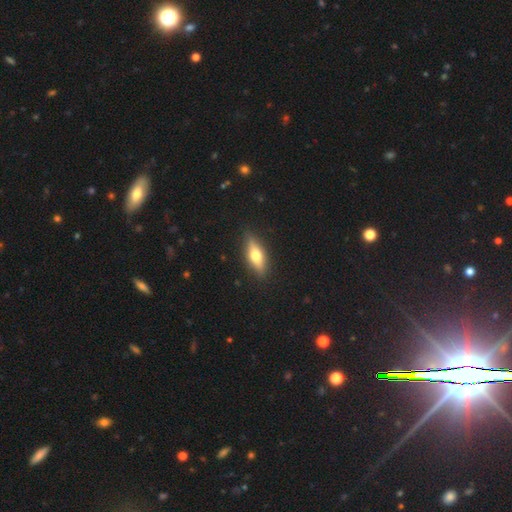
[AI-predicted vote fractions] smooth 53%, featured or disk 40%, star or artifact 7%. Down the decision tree: how rounded — in between (57%); merging — none (87%).